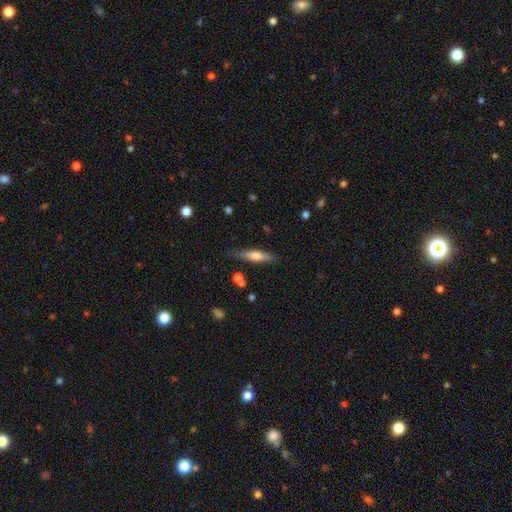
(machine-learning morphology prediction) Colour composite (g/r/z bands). It shows a smooth galaxy with no disk features (54%) that is cigar-shaped (78%). Merging: none (81%).